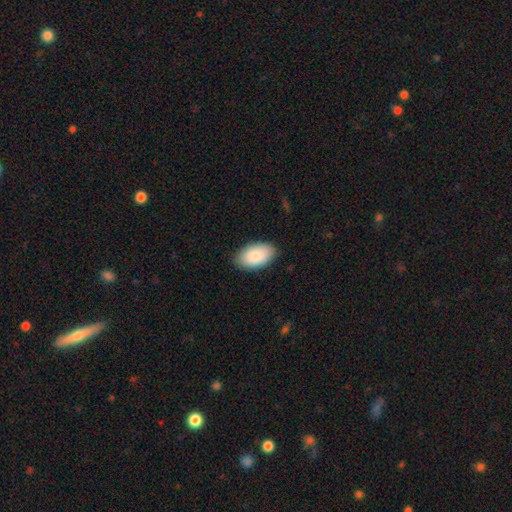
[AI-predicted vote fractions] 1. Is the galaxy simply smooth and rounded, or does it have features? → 87% smooth, 7% featured or disk, 6% star or artifact.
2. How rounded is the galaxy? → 95% in between, 4% round, 1% cigar-shaped.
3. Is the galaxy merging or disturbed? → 85% none, 11% minor disturbance, 2% major disturbance, 1% merger.